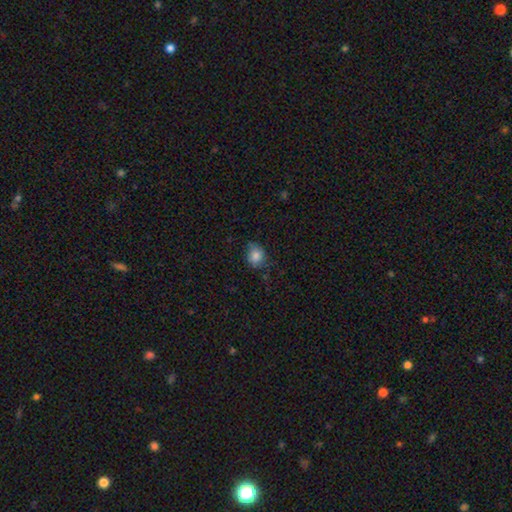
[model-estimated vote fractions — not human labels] A smooth galaxy with no disk features (83%) that is round (61%).

Vote fractions:
- Smooth or featured? smooth: 83% / star or artifact: 9% / featured or disk: 8%
- How rounded? round: 61% / in between: 38% / cigar-shaped: 1%
- Merging? none: 67% / minor disturbance: 26% / major disturbance: 6% / merger: 1%